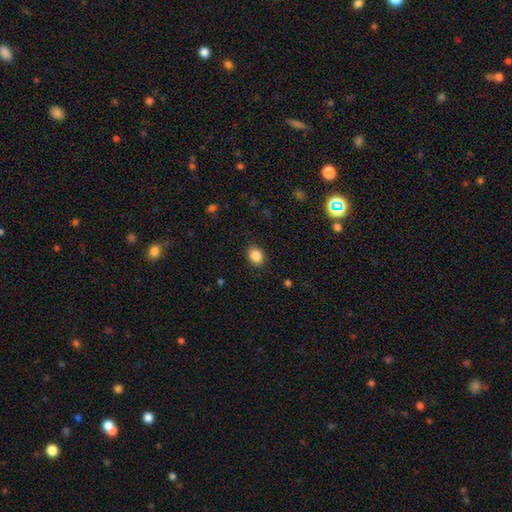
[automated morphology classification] A smooth galaxy with no disk features (87%) that is in between round and cigar-shaped (62%). Merging: none (89%).